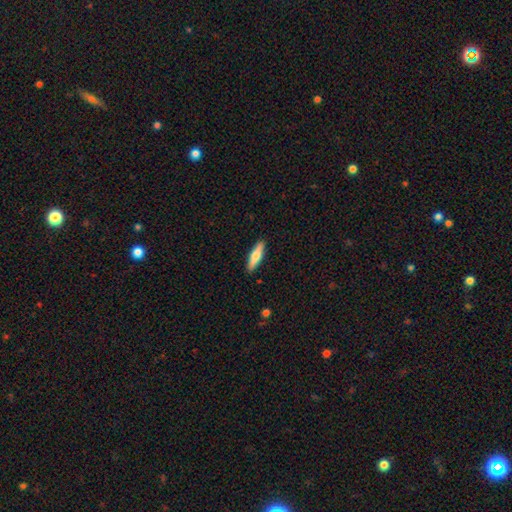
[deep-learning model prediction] Overall: smooth (63%; featured or disk 32%). How rounded: cigar-shaped (73%). Merging: none (90%).